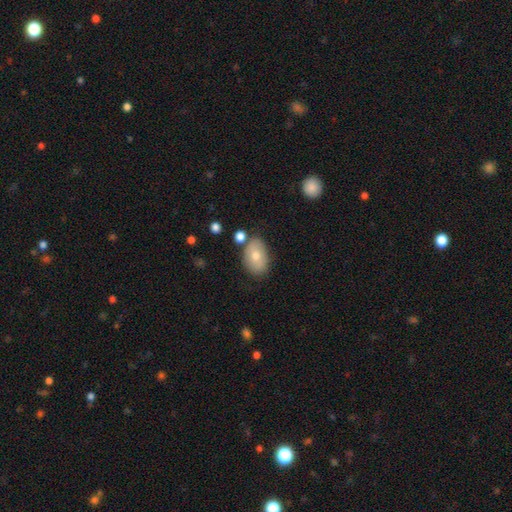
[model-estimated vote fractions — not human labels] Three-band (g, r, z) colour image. It shows a smooth galaxy with no disk features (72%) that is in between round and cigar-shaped (86%). Merging: none (69%).